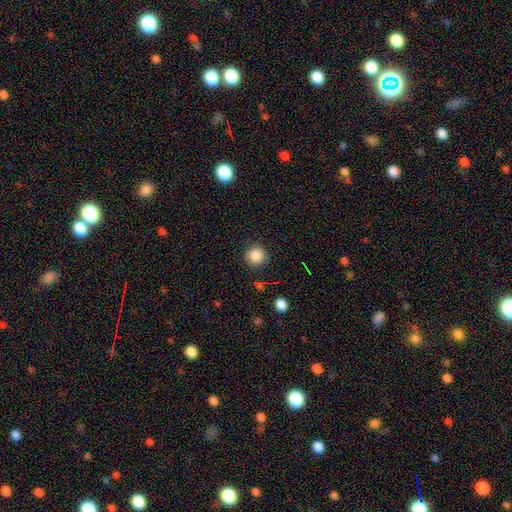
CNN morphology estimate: Overall: smooth (85%). How rounded: round (94%). Merging: none (89%).